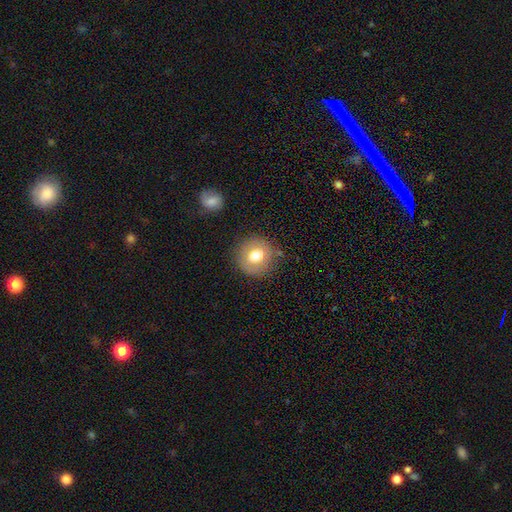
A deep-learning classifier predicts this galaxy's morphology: Smooth or featured?
  - smooth: 72% *
  - featured or disk: 20%
  - star or artifact: 9%
How rounded?
  - round: 86% *
  - in between: 13%
  - cigar-shaped: 1%
Merging?
  - none: 82% *
  - minor disturbance: 12%
  - major disturbance: 4%
  - merger: 3%